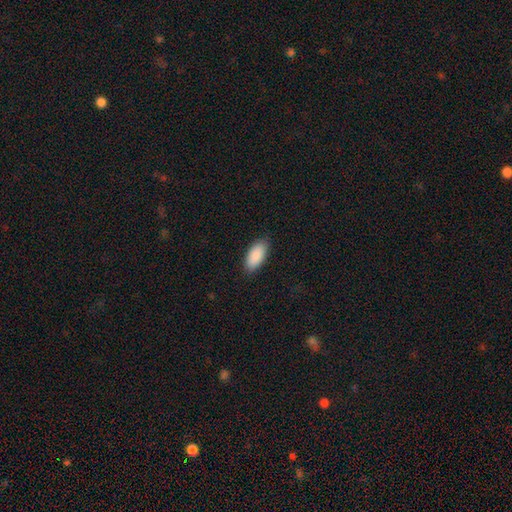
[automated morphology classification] smooth 90%, star or artifact 6%, featured or disk 4%. Down the decision tree: how rounded — in between (91%); merging — none (86%).